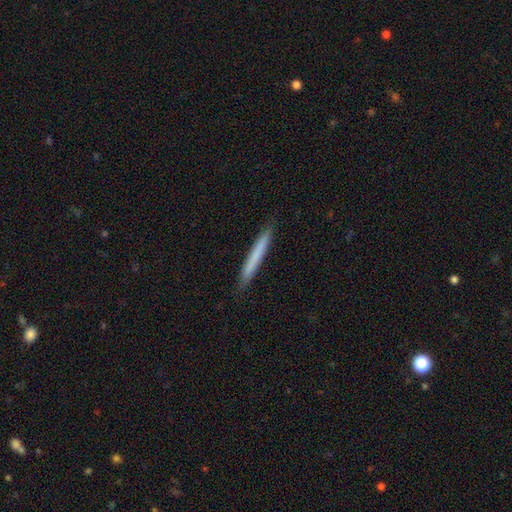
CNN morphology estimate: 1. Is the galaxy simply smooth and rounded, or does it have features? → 68% smooth, 26% featured or disk, 6% star or artifact.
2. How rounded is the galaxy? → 97% cigar-shaped, 2% in between, 1% round.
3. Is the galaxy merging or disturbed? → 91% none, 7% minor disturbance, 1% major disturbance, 1% merger.